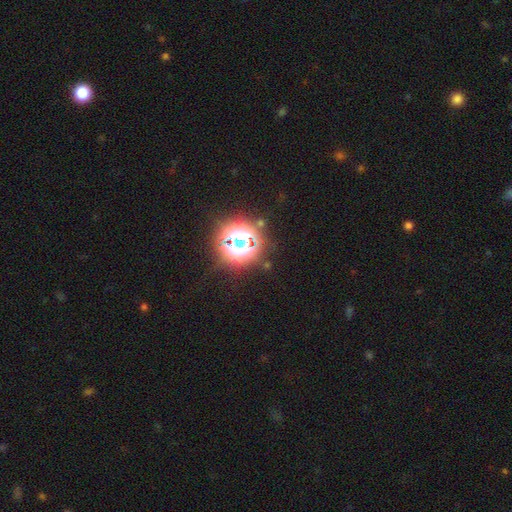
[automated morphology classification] star or artifact 81%, smooth 13%, featured or disk 6%.